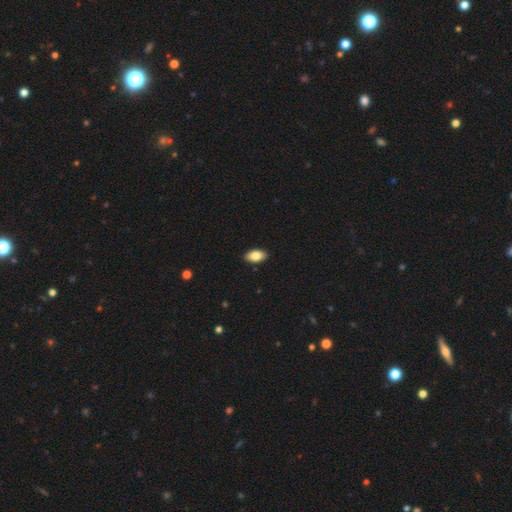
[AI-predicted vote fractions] Smooth or featured: smooth — 83% (featured or disk — 10%)
How rounded: in between — 93% (round — 4%)
Merging: none — 90% (minor disturbance — 7%)